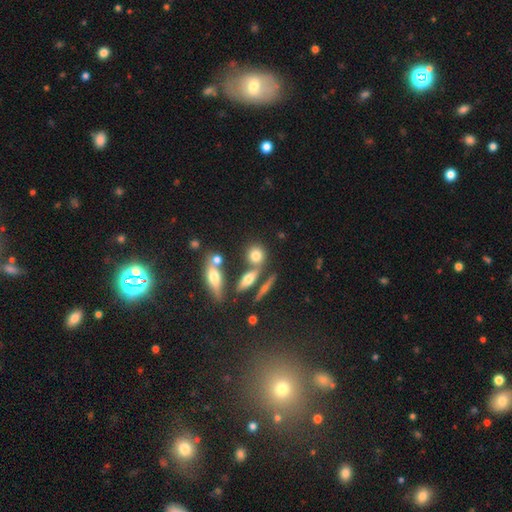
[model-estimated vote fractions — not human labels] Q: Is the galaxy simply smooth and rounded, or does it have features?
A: smooth — 74%.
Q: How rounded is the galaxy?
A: round — 73%.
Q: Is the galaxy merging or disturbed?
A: none — 61%.